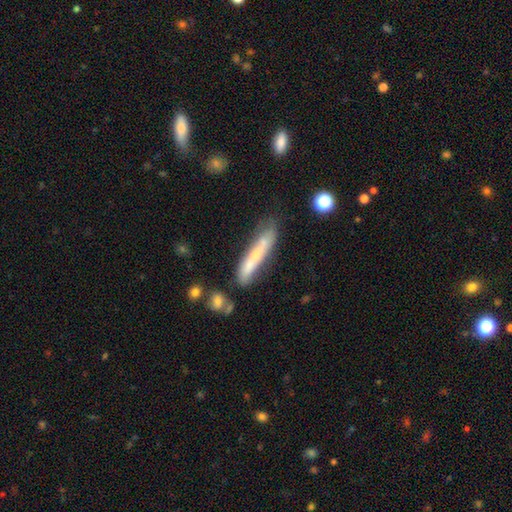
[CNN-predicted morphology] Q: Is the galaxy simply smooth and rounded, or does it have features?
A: smooth — 48%.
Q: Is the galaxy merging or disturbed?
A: none — 54%.